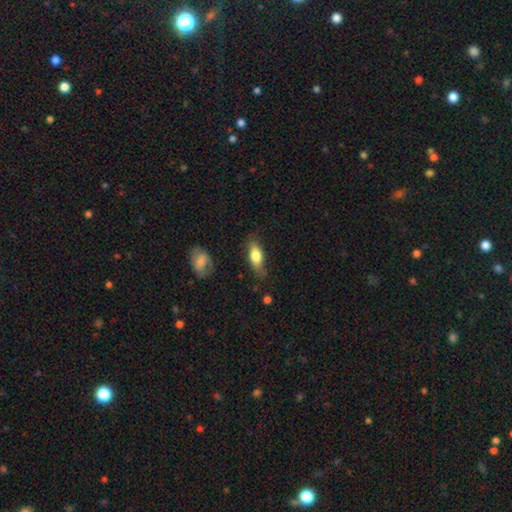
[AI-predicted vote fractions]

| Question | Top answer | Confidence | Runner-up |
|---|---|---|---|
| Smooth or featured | smooth | 73% | featured or disk (21%) |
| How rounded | in between | 75% | cigar-shaped (21%) |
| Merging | none | 70% | minor disturbance (22%) |